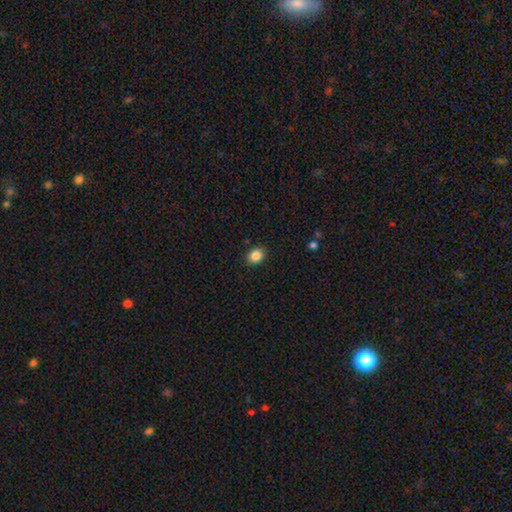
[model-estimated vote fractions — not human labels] Smooth or featured?
  - smooth: 86% *
  - star or artifact: 10%
  - featured or disk: 4%
How rounded?
  - round: 54% *
  - in between: 45%
  - cigar-shaped: 1%
Merging?
  - none: 89% *
  - minor disturbance: 8%
  - major disturbance: 2%
  - merger: 1%